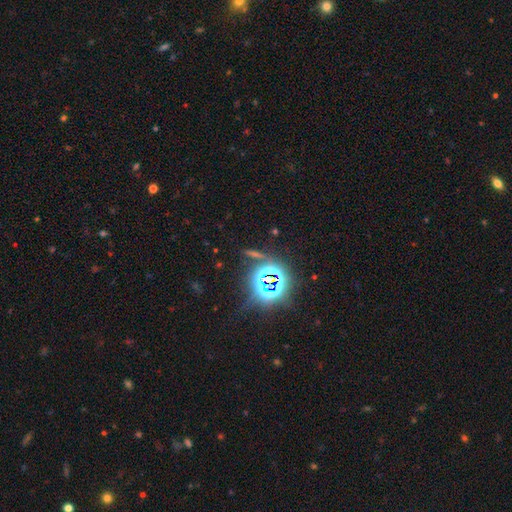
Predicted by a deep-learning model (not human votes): Q: Smooth or featured?
A: star or artifact (79%); runner-up: smooth (12%)